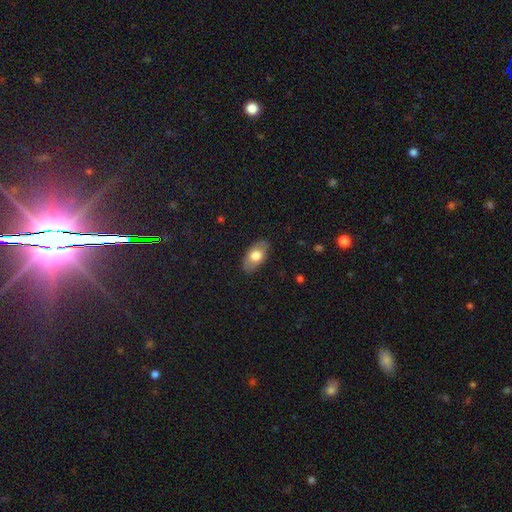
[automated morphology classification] type=smooth (71%); roundness=in between (92%); merging=none (85%).